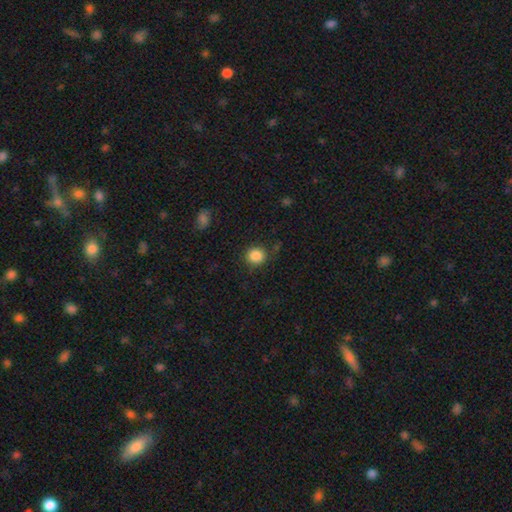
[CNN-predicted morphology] The model was most divided on "merging": none: 84%, minor disturbance: 10%, major disturbance: 3%, merger: 2%. More confident: how rounded — round (88%); smooth or featured — smooth (86%).